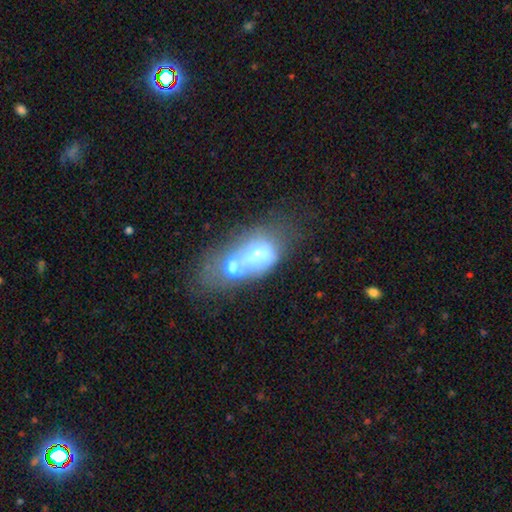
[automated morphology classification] smooth-or-featured: smooth: 47% | featured or disk: 41% | star or artifact: 12%
  merging: merger: 70% | major disturbance: 12% | none: 11% | minor disturbance: 7%